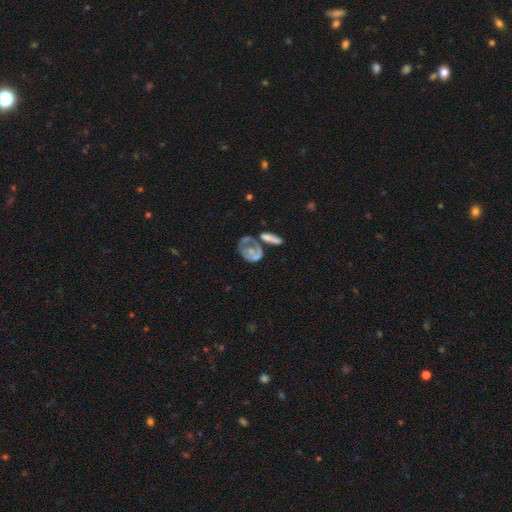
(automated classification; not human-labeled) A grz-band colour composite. It shows a featured or disk galaxy (50%). Merging: merger (34%).